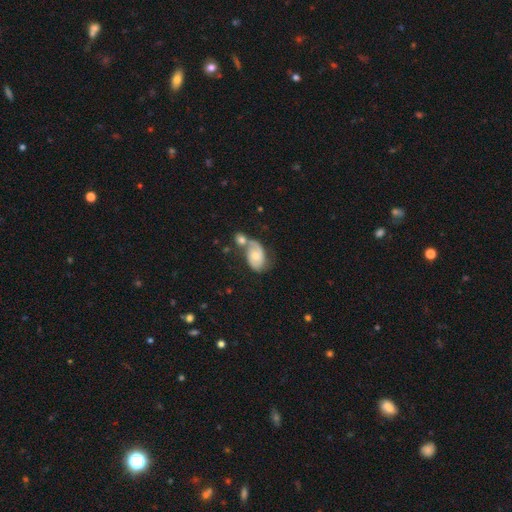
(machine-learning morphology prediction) type=featured or disk (59%); edge-on=no (96%); bar=no (69%); spiral arms=yes (80%); bulge=moderate (53%); merging=merger (46%).